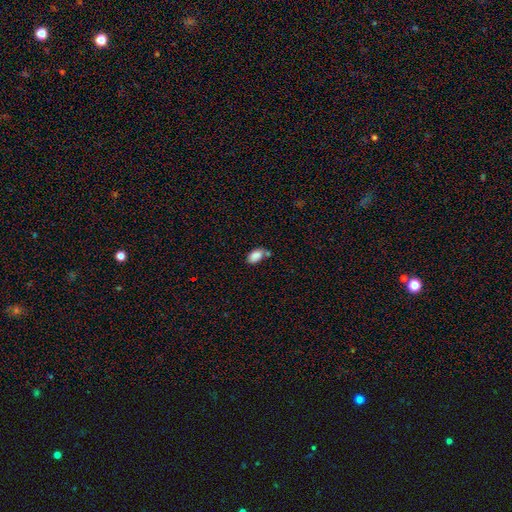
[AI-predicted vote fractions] The model was most divided on "merging": none: 51%, merger: 25%, minor disturbance: 19%, major disturbance: 6%. More confident: how rounded — in between (91%); smooth or featured — smooth (86%).